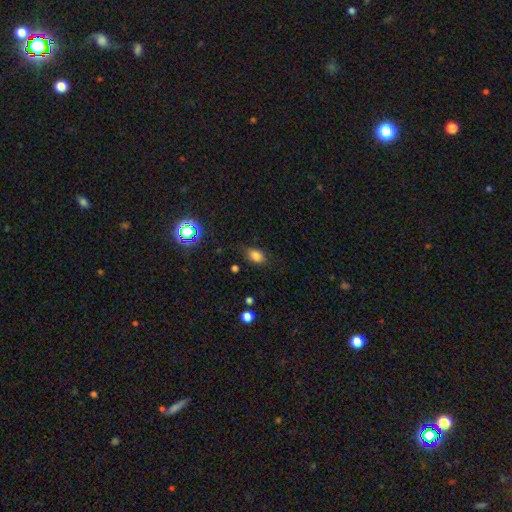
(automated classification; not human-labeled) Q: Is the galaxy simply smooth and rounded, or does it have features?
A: smooth — 79%.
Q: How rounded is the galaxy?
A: in between — 78%.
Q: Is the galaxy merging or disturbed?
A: none — 75%.